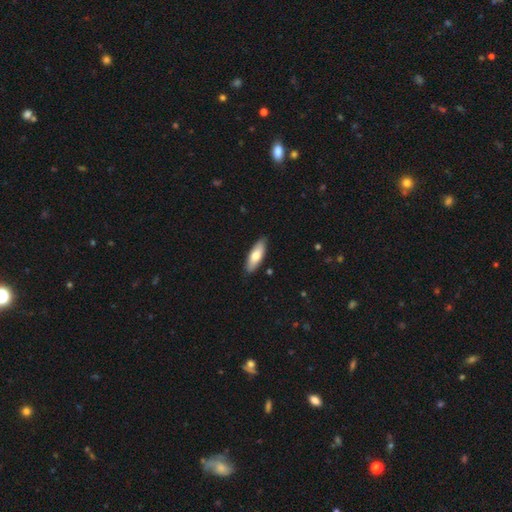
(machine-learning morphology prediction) smooth-or-featured: smooth: 71% | featured or disk: 24% | star or artifact: 5%
  how-rounded: in between: 64% | cigar-shaped: 34% | round: 2%
  merging: none: 88% | minor disturbance: 9% | major disturbance: 2% | merger: 1%